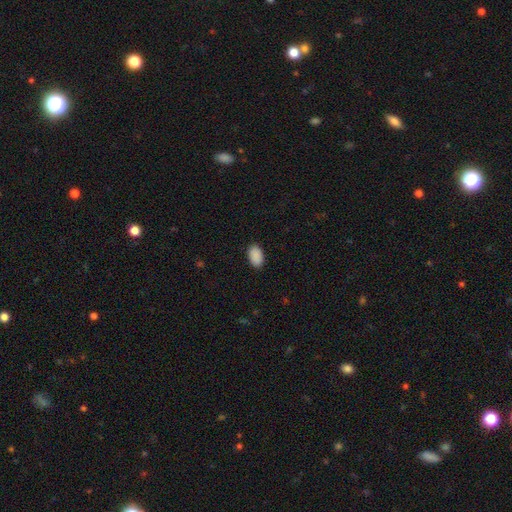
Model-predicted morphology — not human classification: A smooth galaxy with no disk features (91%) that is in between round and cigar-shaped (93%). Merging: none (88%).